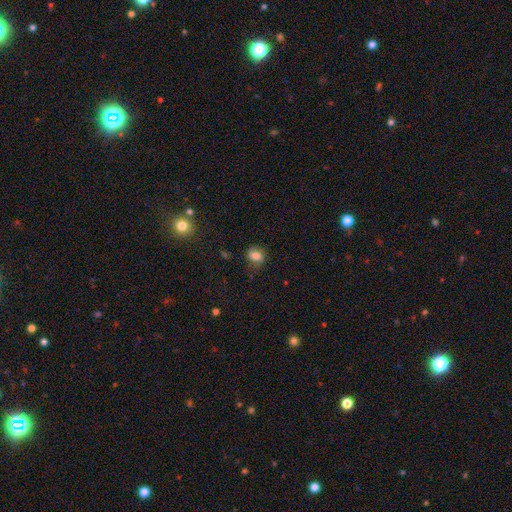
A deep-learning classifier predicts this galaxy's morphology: type=smooth (77%); roundness=round (50%); merging=none (74%).